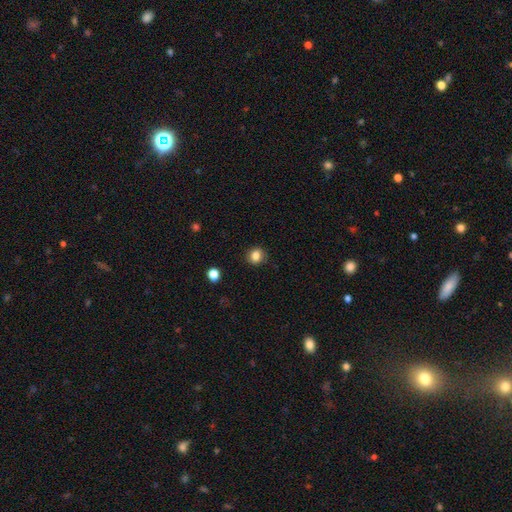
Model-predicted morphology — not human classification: Overall: smooth (83%). How rounded: round (81%). Merging: none (88%).